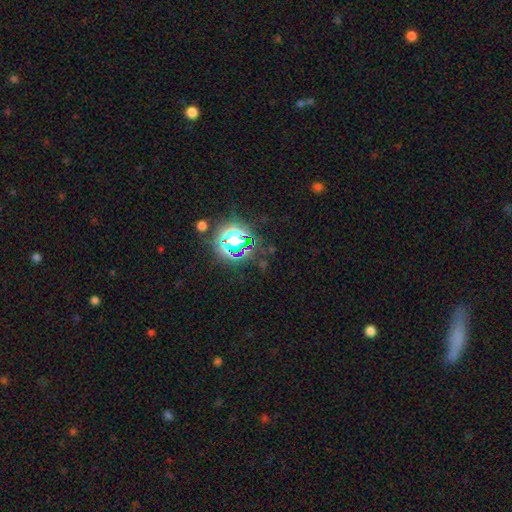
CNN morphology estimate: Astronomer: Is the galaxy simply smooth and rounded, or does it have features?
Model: star or artifact — 81%.